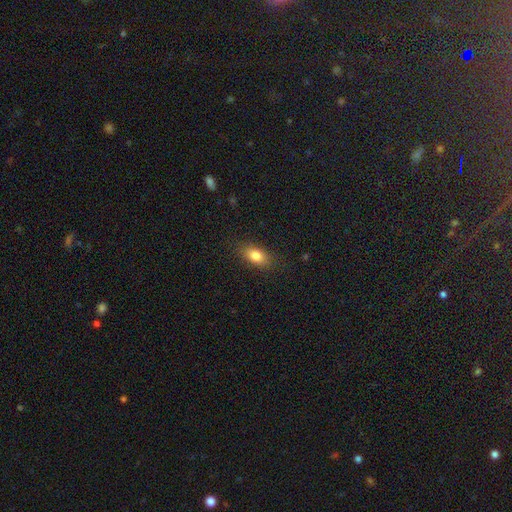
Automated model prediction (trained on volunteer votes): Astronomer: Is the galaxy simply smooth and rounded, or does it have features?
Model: smooth — 82%.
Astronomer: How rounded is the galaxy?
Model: in between — 84%.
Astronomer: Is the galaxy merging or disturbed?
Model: none — 85%.